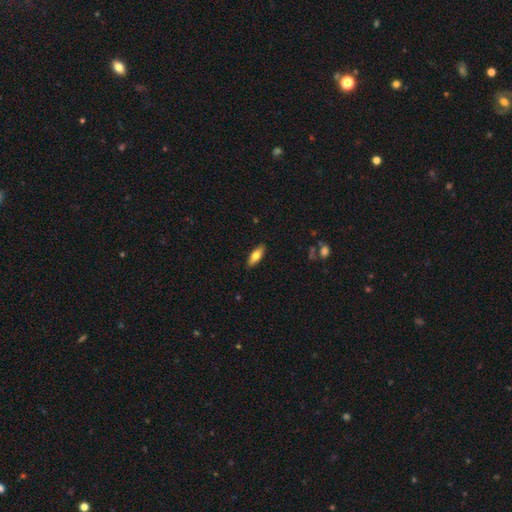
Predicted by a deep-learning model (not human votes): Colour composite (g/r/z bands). It shows a smooth galaxy with no disk features (68%) that is in between round and cigar-shaped (67%). Merging: none (89%).